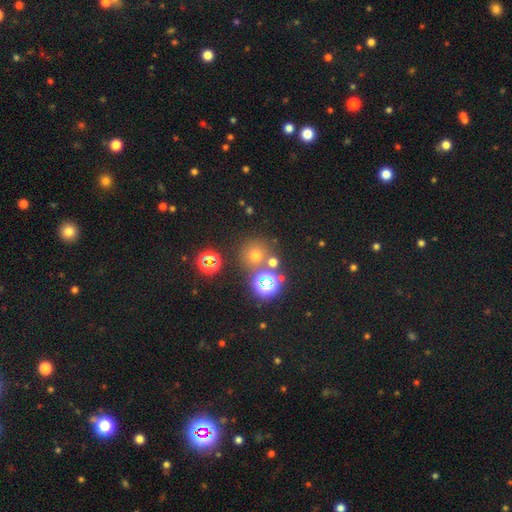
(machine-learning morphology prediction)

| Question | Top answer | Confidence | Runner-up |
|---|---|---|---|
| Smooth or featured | smooth | 54% | star or artifact (38%) |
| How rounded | round | 92% | in between (7%) |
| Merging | none | 74% | merger (15%) |